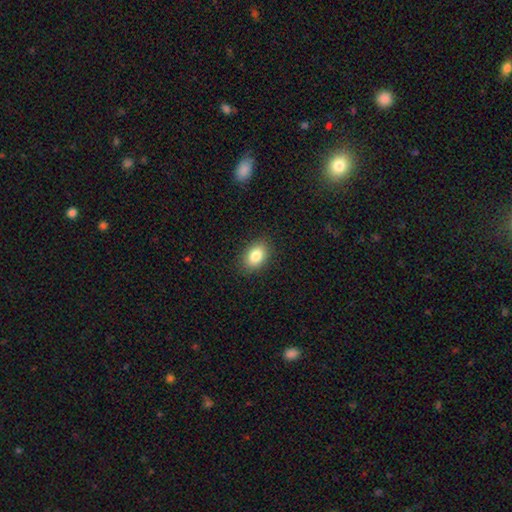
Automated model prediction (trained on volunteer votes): smooth_or_featured: smooth (p=0.84) [alt: star or artifact p=0.08]
how_rounded: in between (p=0.82) [alt: round p=0.17]
merging: none (p=0.87) [alt: minor disturbance p=0.09]